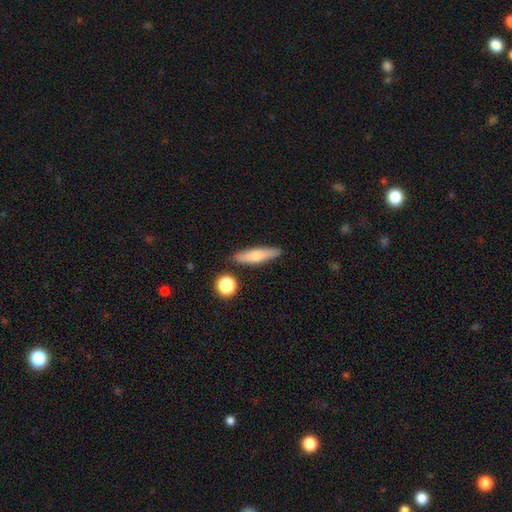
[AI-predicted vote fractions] smooth_or_featured: smooth (p=0.65) [alt: featured or disk p=0.28]
how_rounded: cigar-shaped (p=0.73) [alt: in between p=0.24]
merging: none (p=0.83) [alt: minor disturbance p=0.11]